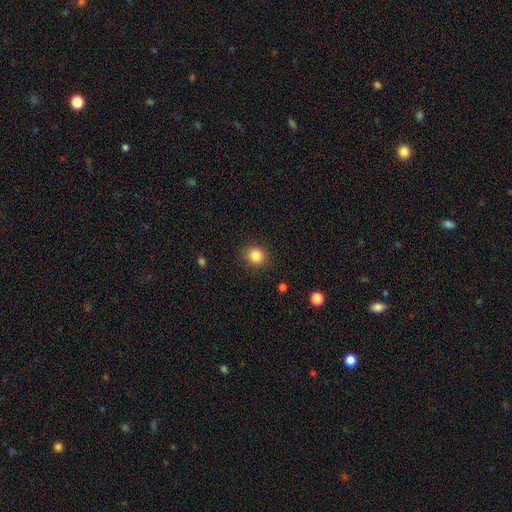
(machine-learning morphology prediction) type=smooth (85%); roundness=round (83%); merging=none (88%).